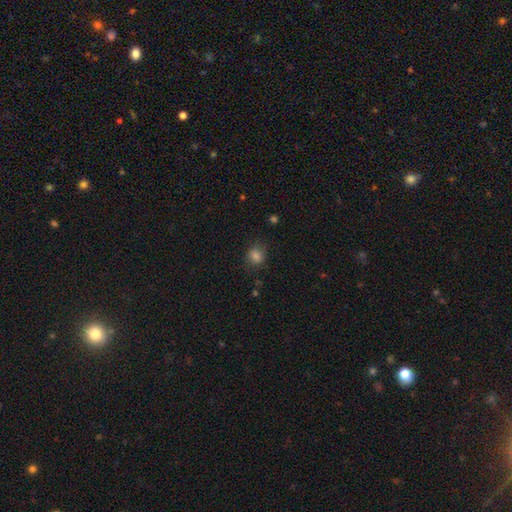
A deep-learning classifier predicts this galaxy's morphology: This appears to be a smooth galaxy with no disk features (81%) that is round (57%). Merging: none (78%).